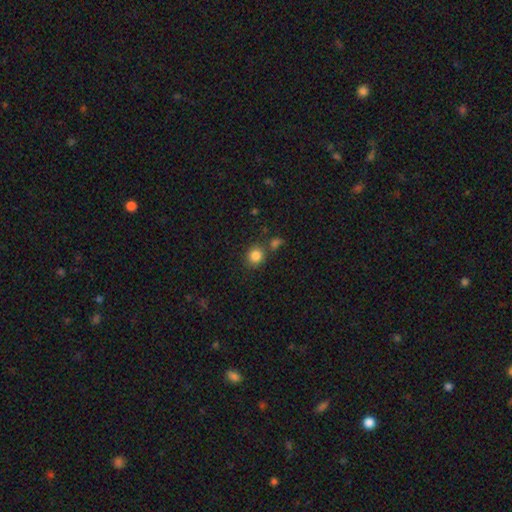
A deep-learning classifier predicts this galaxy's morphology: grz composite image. It shows a smooth galaxy with no disk features (85%) that is round (85%). Merging: none (73%).